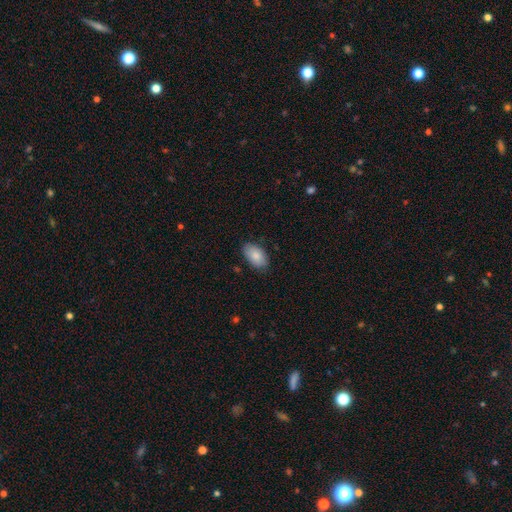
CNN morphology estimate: This appears to be a smooth galaxy with no disk features (84%) that is in between round and cigar-shaped (94%). Merging: none (82%).